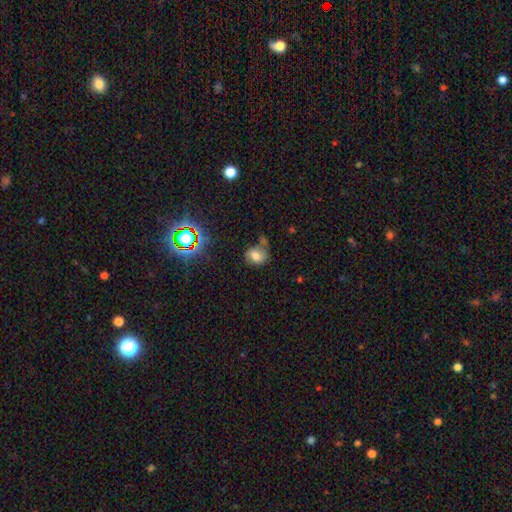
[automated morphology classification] smooth_or_featured: smooth (p=0.68) [alt: star or artifact p=0.16]
how_rounded: round (p=0.58) [alt: in between p=0.41]
merging: none (p=0.55) [alt: minor disturbance p=0.22]